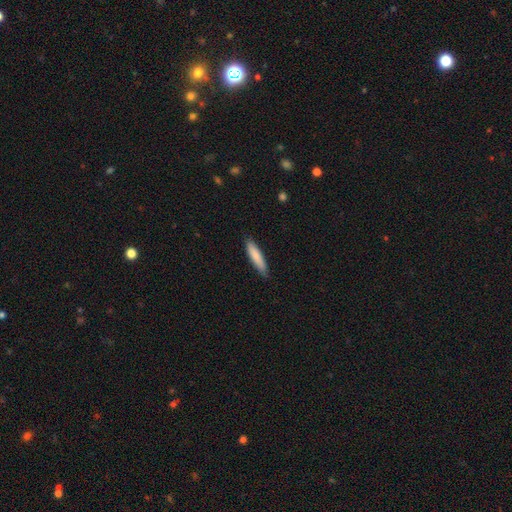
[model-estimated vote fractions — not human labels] Overall: smooth (82%). How rounded: cigar-shaped (82%). Merging: none (84%).